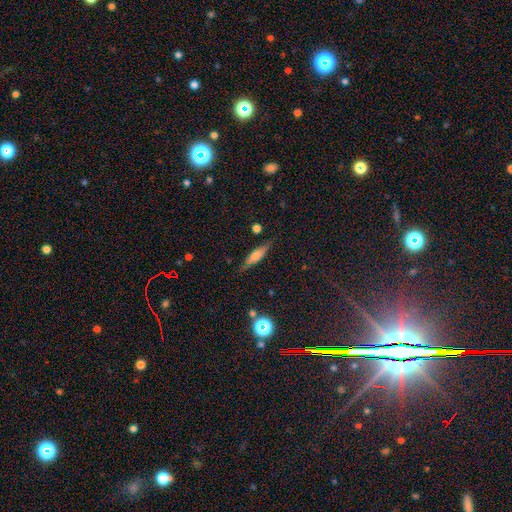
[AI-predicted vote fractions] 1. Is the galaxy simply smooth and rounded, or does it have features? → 49% smooth, 42% featured or disk, 9% star or artifact.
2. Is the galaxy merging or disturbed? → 80% none, 14% minor disturbance, 3% major disturbance, 2% merger.